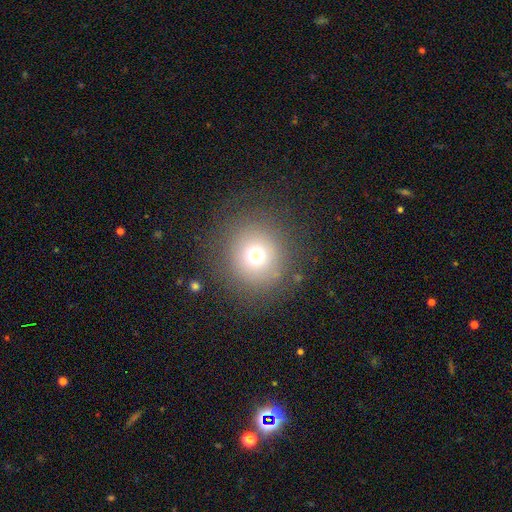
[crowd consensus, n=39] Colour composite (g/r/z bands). It shows a smooth galaxy with no disk features (77%) that is round (93%). Merging: none (86%).